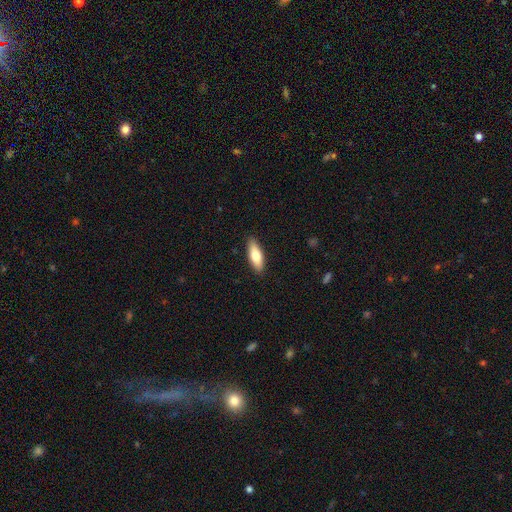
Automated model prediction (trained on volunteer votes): Overall: smooth (70%). How rounded: in between (59%; cigar-shaped 39%). Merging: none (89%).